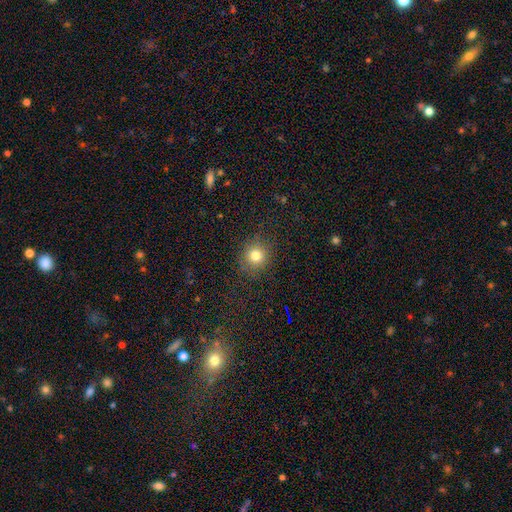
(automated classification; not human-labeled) This appears to be a smooth galaxy with no disk features (79%) that is round (88%). Merging: none (85%).